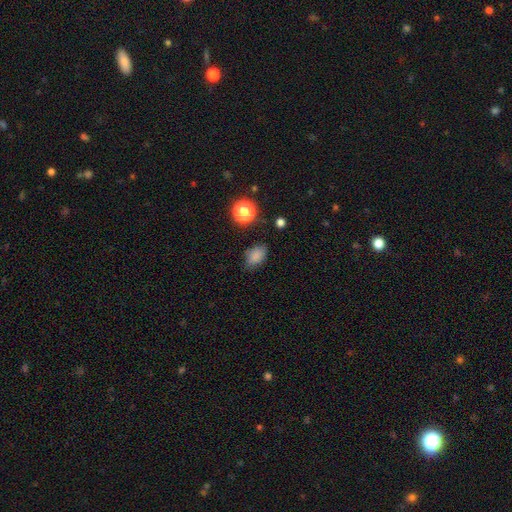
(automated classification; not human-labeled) Overall: smooth (82%). How rounded: in between (79%). Merging: none (71%).